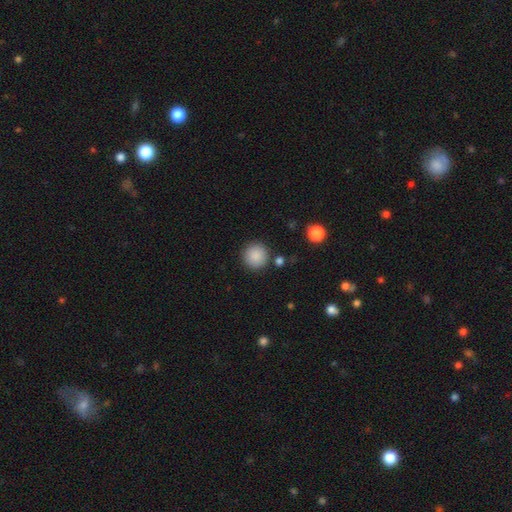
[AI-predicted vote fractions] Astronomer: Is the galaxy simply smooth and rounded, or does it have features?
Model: smooth — 88%.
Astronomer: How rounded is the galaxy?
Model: round — 95%.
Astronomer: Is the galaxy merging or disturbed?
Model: none — 88%.